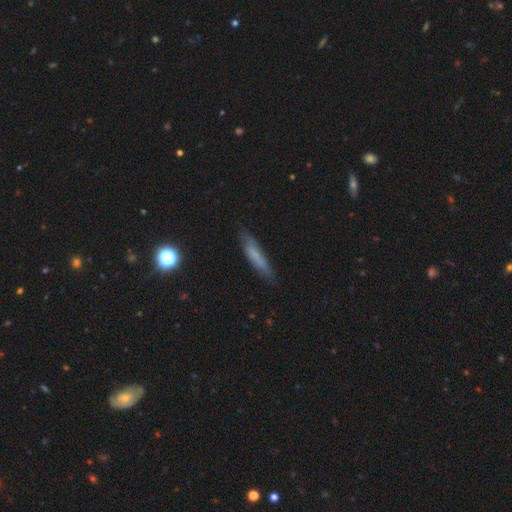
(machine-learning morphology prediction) Overall: smooth (67%). How rounded: cigar-shaped (86%). Merging: none (79%).